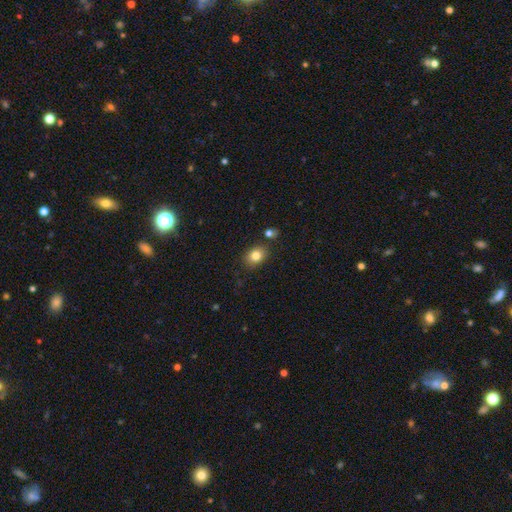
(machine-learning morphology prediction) Smooth or featured? Predicted: smooth (p=0.82). How rounded? Predicted: in between (p=0.63). Merging? Predicted: none (p=0.81).